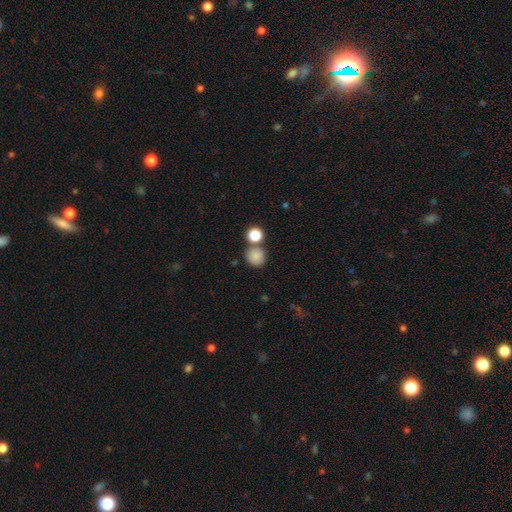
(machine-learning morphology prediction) A smooth galaxy with no disk features (84%) that is round (89%). Merging: none (68%).